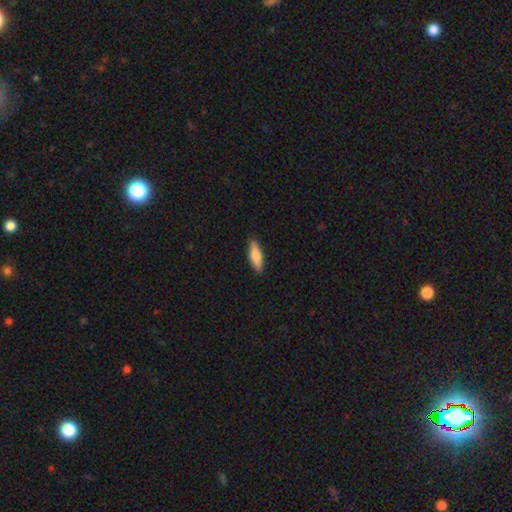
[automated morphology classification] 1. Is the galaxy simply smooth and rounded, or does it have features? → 76% smooth, 19% featured or disk, 6% star or artifact.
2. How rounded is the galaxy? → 57% cigar-shaped, 41% in between, 2% round.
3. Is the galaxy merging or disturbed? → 89% none, 8% minor disturbance, 2% major disturbance, 1% merger.